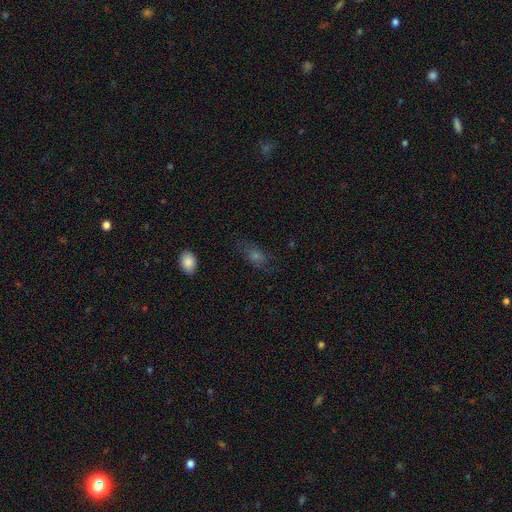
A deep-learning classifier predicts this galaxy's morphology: Smooth or featured: smooth — 54% (star or artifact — 24%)
How rounded: in between — 74% (round — 19%)
Merging: none — 69% (minor disturbance — 19%)